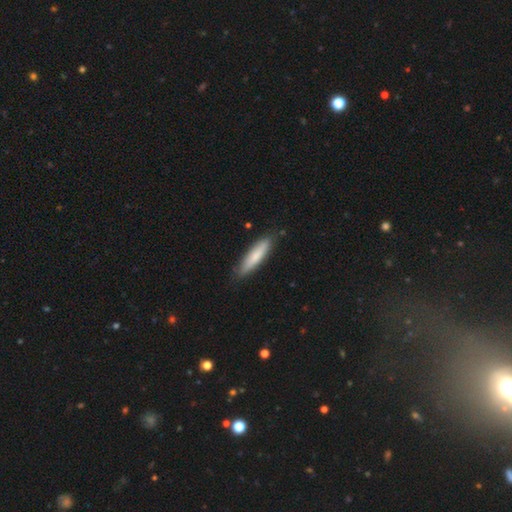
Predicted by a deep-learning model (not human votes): smooth-or-featured: smooth: 76% | featured or disk: 19% | star or artifact: 5%
  how-rounded: cigar-shaped: 80% | in between: 19% | round: 1%
  merging: none: 84% | minor disturbance: 13% | major disturbance: 2% | merger: 1%